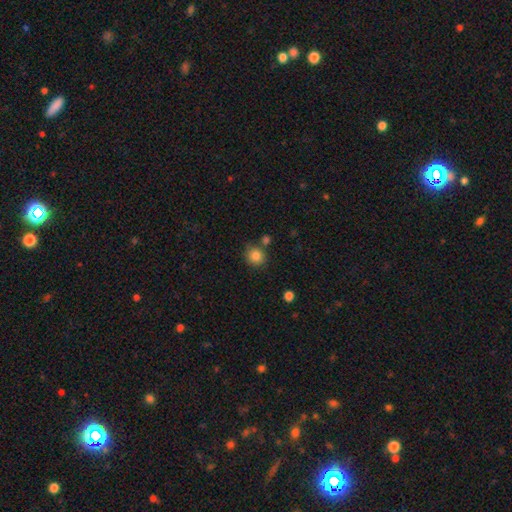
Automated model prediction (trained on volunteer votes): The model was most divided on "merging": none: 77%, minor disturbance: 11%, merger: 9%, major disturbance: 3%. More confident: how rounded — round (87%); smooth or featured — smooth (85%).